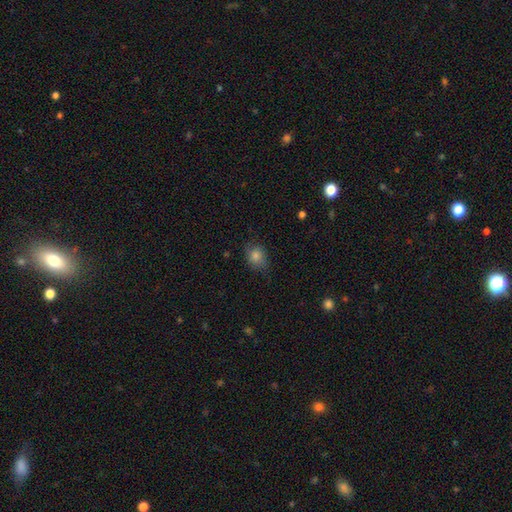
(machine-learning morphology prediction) The model was most divided on "how rounded": round: 55%, in between: 43%, cigar-shaped: 1%. More confident: smooth or featured — smooth (79%); merging — none (72%).